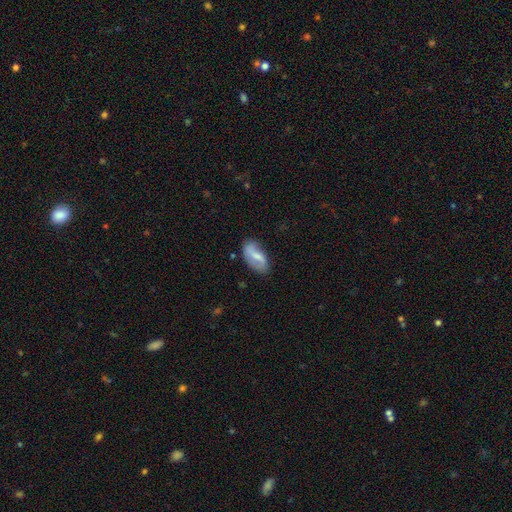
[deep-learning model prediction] This appears to be a featured or disk galaxy (53%). Merging: none (71%).